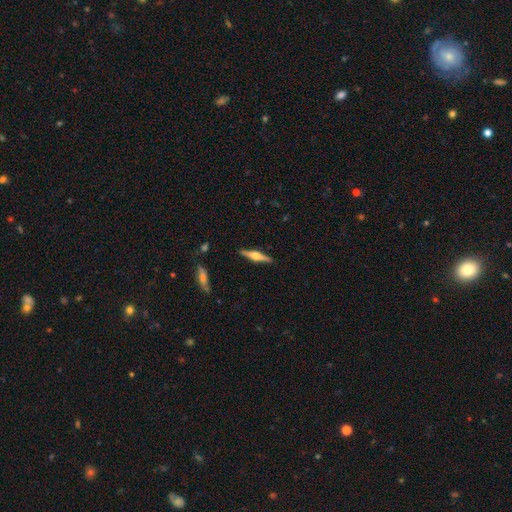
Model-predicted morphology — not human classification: Smooth or featured: featured or disk — 71% (smooth — 24%)
Edge-on disk: yes — 98% (no — 2%)
Edge-on bulge: rounded — 91% (boxy — 7%)
Merging: none — 90% (minor disturbance — 7%)